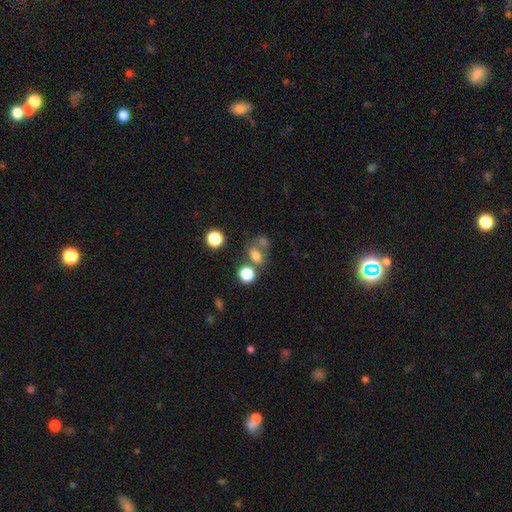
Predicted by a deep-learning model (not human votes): smooth_or_featured: smooth (p=0.70) [alt: star or artifact p=0.18]
how_rounded: in between (p=0.59) [alt: round p=0.39]
merging: none (p=0.49) [alt: merger p=0.31]